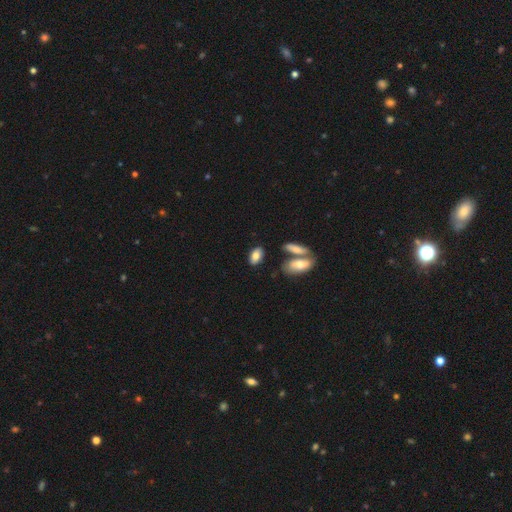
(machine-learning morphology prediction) Smooth or featured? smooth (76%)
How rounded? in between (89%)
Merging? none (72%)